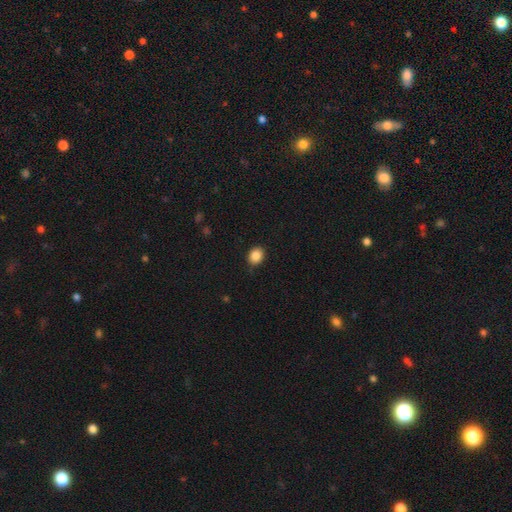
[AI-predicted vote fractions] Smooth or featured? smooth (87%)
How rounded? round (59%)
Merging? none (85%)